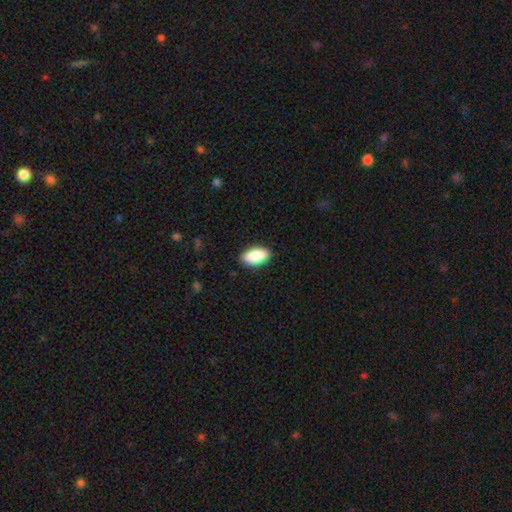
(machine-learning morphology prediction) type=smooth (88%); roundness=in between (92%); merging=none (88%).